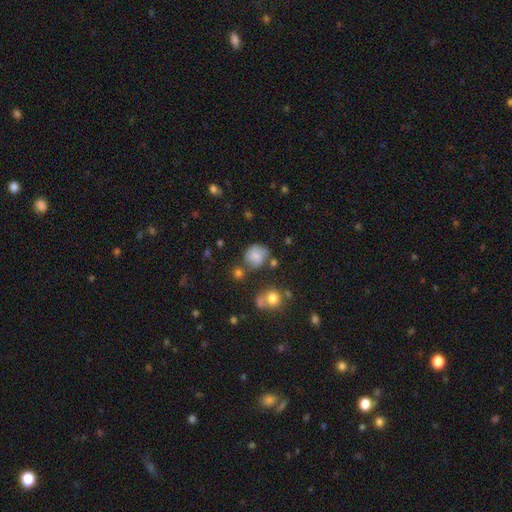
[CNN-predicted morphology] Q: Smooth or featured?
A: smooth (72%); runner-up: featured or disk (17%)
Q: How rounded?
A: round (72%); runner-up: in between (27%)
Q: Merging?
A: none (56%); runner-up: minor disturbance (24%)